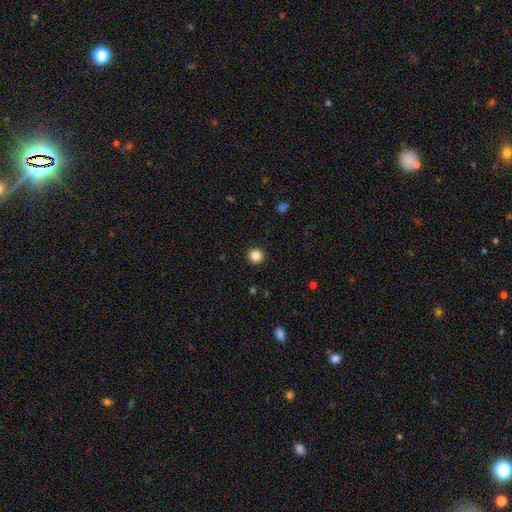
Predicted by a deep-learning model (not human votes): smooth 85%, star or artifact 11%, featured or disk 4%. Down the decision tree: how rounded — round (96%); merging — none (93%).